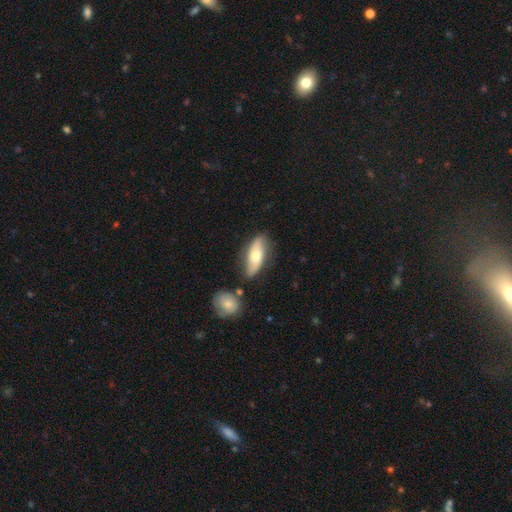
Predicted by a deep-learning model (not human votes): Overall: smooth (54%; featured or disk 40%). How rounded: in between (72%). Merging: none (73%).